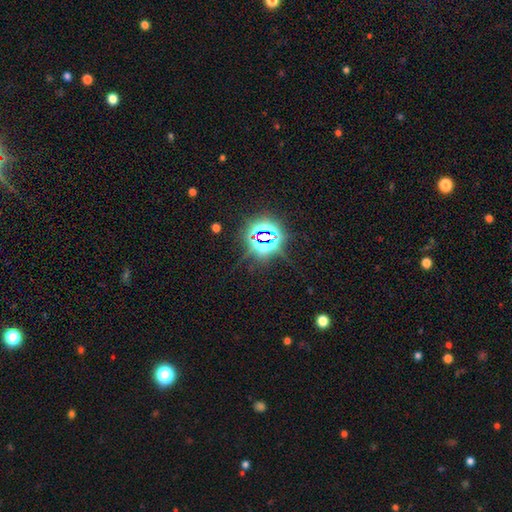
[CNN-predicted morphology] Q: Smooth or featured?
A: star or artifact (83%); runner-up: smooth (11%)